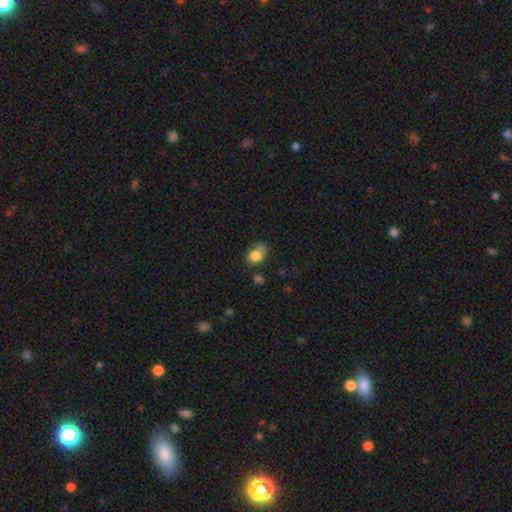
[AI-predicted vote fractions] A smooth galaxy with no disk features (79%) that is in between round and cigar-shaped (57%).

Vote fractions:
- Smooth or featured? smooth: 79% / featured or disk: 11% / star or artifact: 10%
- How rounded? in between: 57% / round: 41% / cigar-shaped: 1%
- Merging? none: 45% / minor disturbance: 31% / major disturbance: 12% / merger: 11%